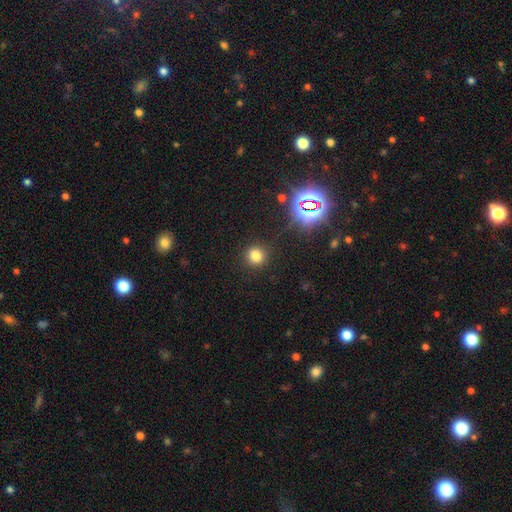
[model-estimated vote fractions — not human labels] This appears to be a smooth galaxy with no disk features (75%) that is round (89%). Merging: none (89%).